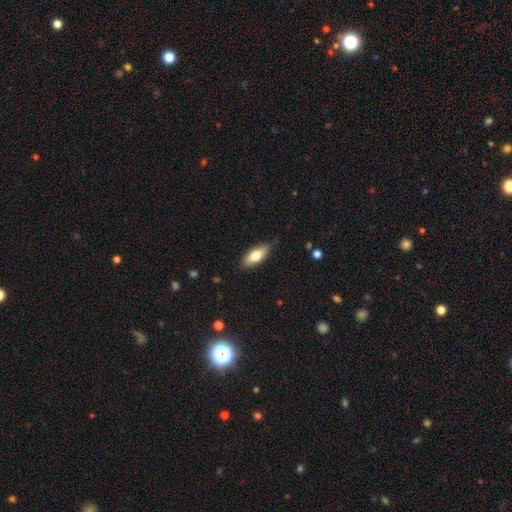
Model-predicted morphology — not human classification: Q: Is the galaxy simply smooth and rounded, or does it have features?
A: smooth — 77%.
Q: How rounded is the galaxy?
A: in between — 82%.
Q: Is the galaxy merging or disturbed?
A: none — 82%.